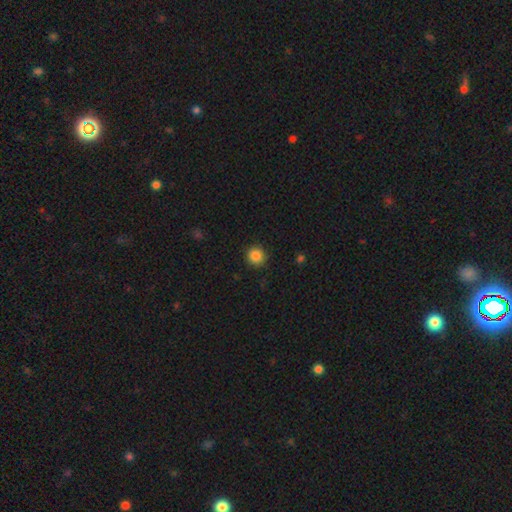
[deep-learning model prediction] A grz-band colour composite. It shows a smooth galaxy with no disk features (86%) that is round (95%). Merging: none (91%).